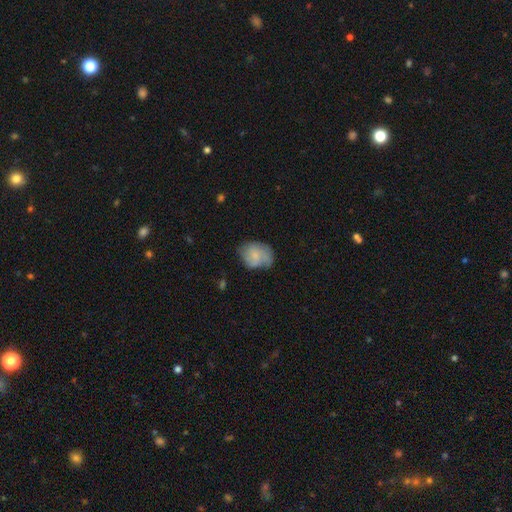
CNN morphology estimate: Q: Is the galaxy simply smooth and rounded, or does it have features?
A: smooth — 61%.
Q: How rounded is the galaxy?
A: in between — 60%.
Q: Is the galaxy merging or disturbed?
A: none — 50%.